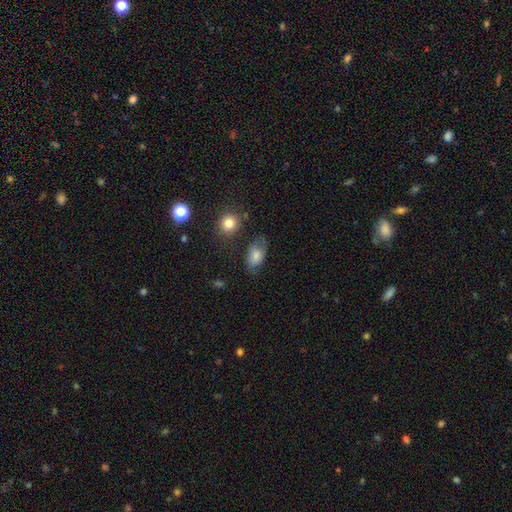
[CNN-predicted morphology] This appears to be a smooth galaxy with no disk features (77%) that is in between round and cigar-shaped (88%). Merging: none (60%).